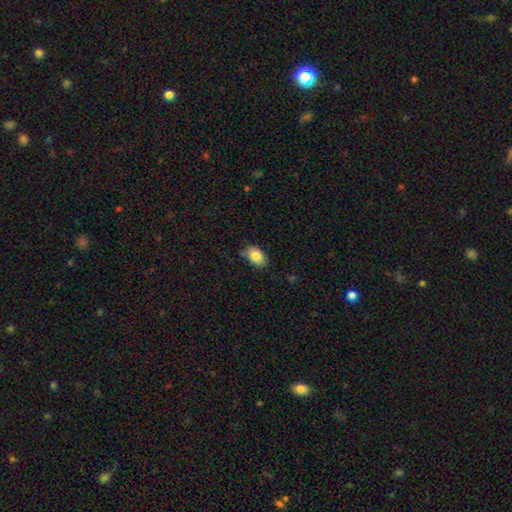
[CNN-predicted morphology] Q: Smooth or featured?
A: smooth (82%); runner-up: featured or disk (10%)
Q: How rounded?
A: in between (84%); runner-up: round (15%)
Q: Merging?
A: none (75%); runner-up: minor disturbance (20%)